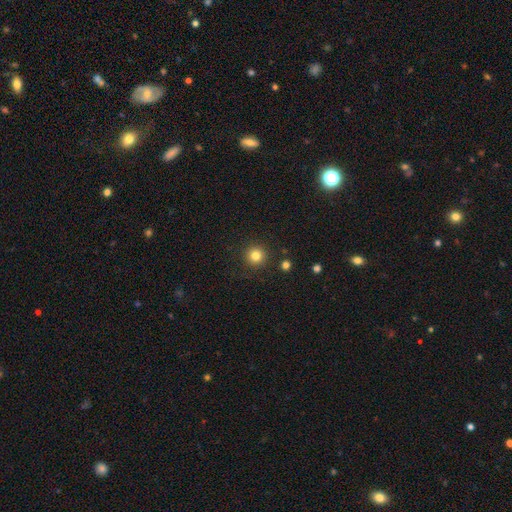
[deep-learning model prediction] smooth_or_featured: smooth (p=0.82) [alt: star or artifact p=0.12]
how_rounded: round (p=0.95) [alt: in between p=0.04]
merging: none (p=0.90) [alt: minor disturbance p=0.06]